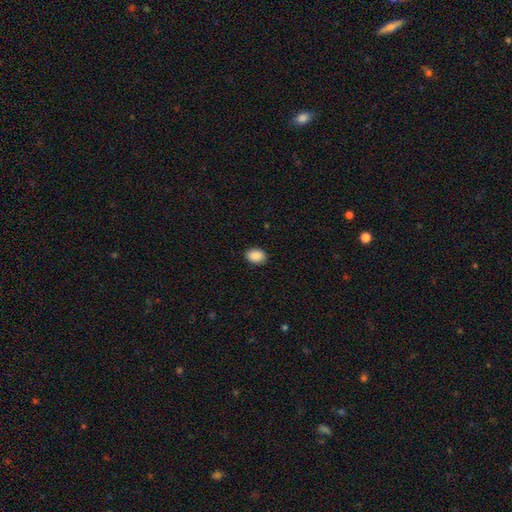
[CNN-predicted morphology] smooth_or_featured: smooth (p=0.90) [alt: star or artifact p=0.07]
how_rounded: in between (p=0.76) [alt: round p=0.23]
merging: none (p=0.90) [alt: minor disturbance p=0.08]